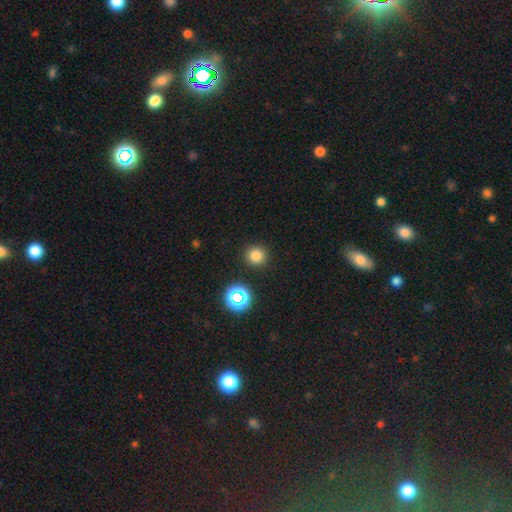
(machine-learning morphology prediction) smooth_or_featured: smooth (p=0.78) [alt: star or artifact p=0.17]
how_rounded: round (p=0.93) [alt: in between p=0.06]
merging: none (p=0.90) [alt: minor disturbance p=0.06]